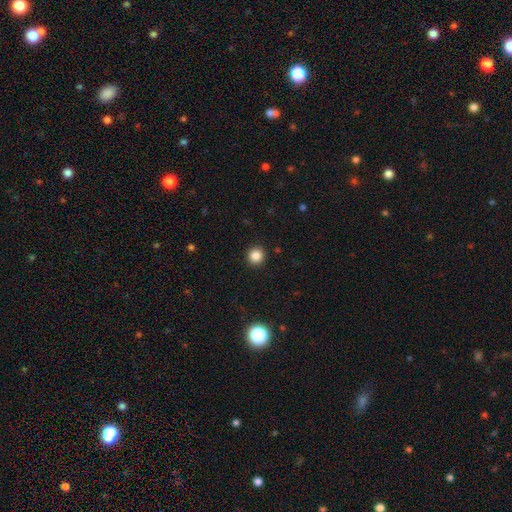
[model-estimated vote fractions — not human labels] A smooth galaxy with no disk features (85%) that is round (95%).

Vote fractions:
- Smooth or featured? smooth: 85% / star or artifact: 12% / featured or disk: 3%
- How rounded? round: 95% / in between: 5% / cigar-shaped: 1%
- Merging? none: 93% / minor disturbance: 5% / major disturbance: 2% / merger: 1%